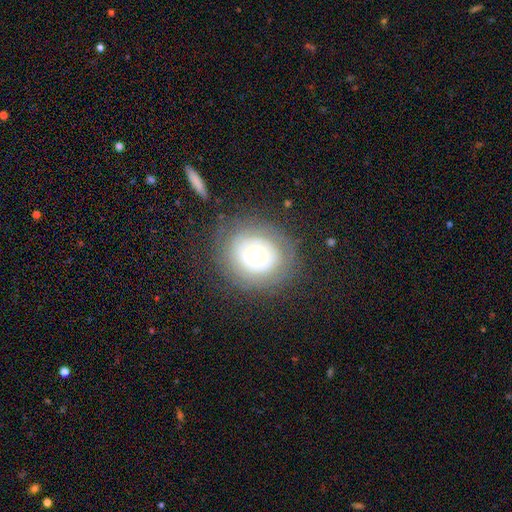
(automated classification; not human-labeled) A featured or disk galaxy (48%).

Vote fractions:
- Smooth or featured? featured or disk: 48% / smooth: 43% / star or artifact: 9%
- Merging? none: 78% / minor disturbance: 13% / major disturbance: 8% / merger: 1%